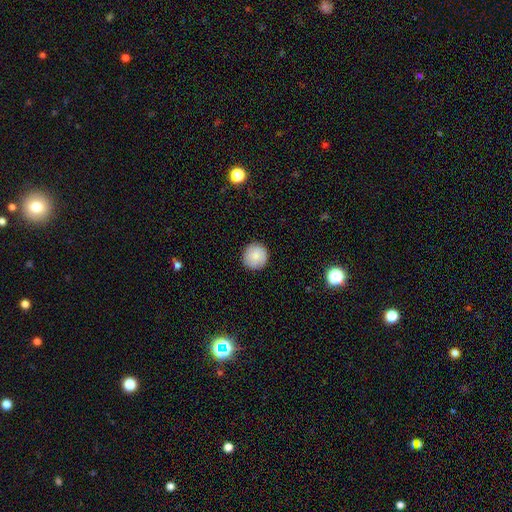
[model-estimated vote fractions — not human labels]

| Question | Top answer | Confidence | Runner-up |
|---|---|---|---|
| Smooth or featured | smooth | 84% | featured or disk (9%) |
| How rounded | round | 95% | in between (4%) |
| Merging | none | 91% | minor disturbance (7%) |